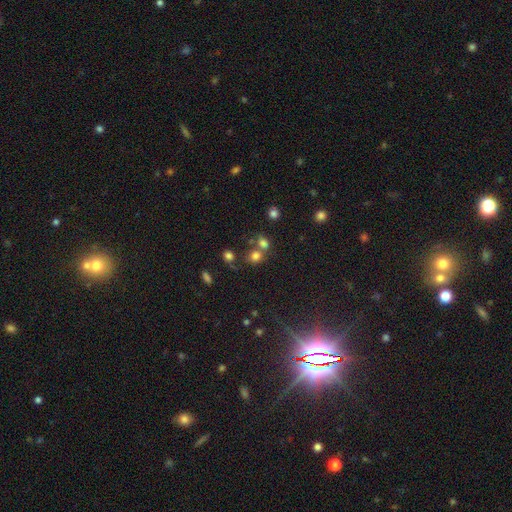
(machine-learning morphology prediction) Smooth or featured? Predicted: smooth (p=0.73). How rounded? Predicted: round (p=0.73). Merging? Predicted: none (p=0.48).